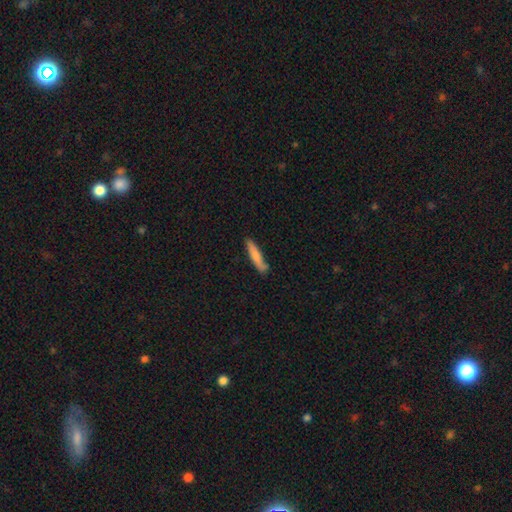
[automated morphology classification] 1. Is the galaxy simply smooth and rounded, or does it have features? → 77% smooth, 17% featured or disk, 6% star or artifact.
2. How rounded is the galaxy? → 88% cigar-shaped, 11% in between, 1% round.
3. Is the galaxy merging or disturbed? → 76% none, 18% minor disturbance, 3% major disturbance, 3% merger.